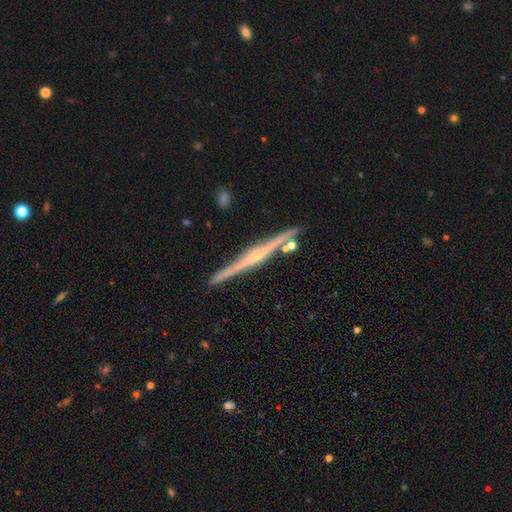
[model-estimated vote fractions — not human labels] A featured or disk galaxy (77%) viewed edge-on (98%) with a rounded central bulge (47%). Merging: none (87%).